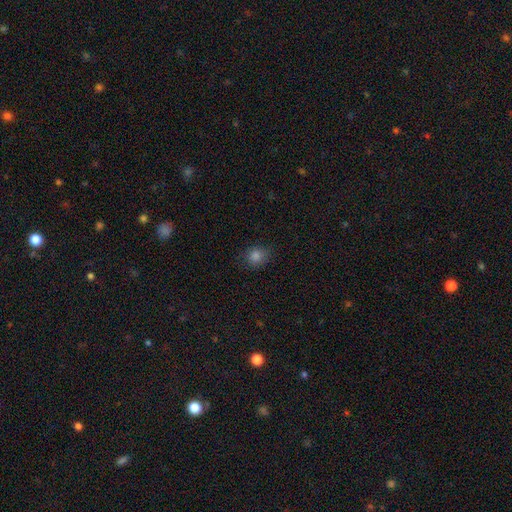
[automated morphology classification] A smooth galaxy with no disk features (82%) that is round (72%). Merging: none (83%).